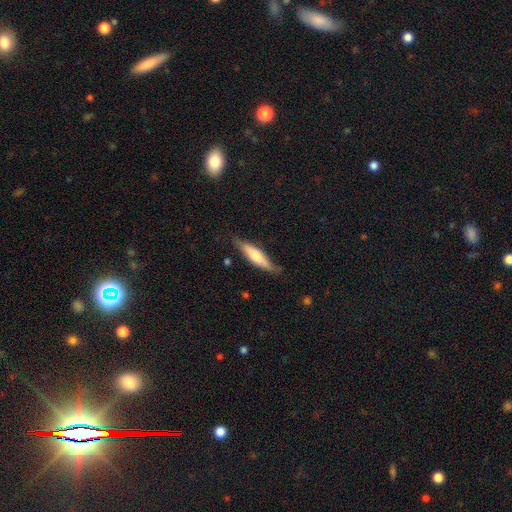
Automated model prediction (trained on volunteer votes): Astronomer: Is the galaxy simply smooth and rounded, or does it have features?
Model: smooth — 59% (runner-up: featured or disk, 35%).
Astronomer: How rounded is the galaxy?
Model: cigar-shaped — 72%.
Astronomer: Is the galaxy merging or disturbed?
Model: none — 71%.